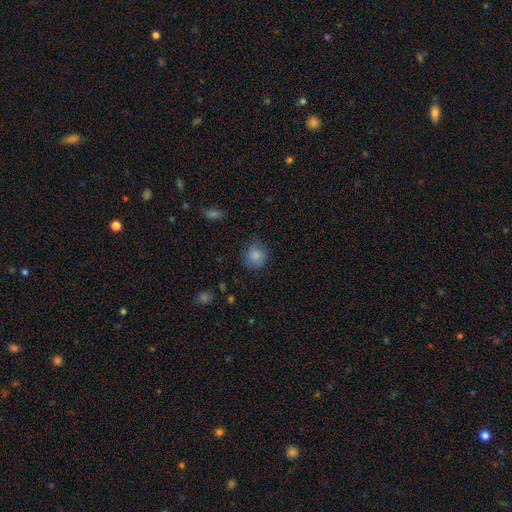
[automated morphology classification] Smooth or featured: smooth — 85% (star or artifact — 9%)
How rounded: round — 84% (in between — 15%)
Merging: none — 77% (minor disturbance — 17%)